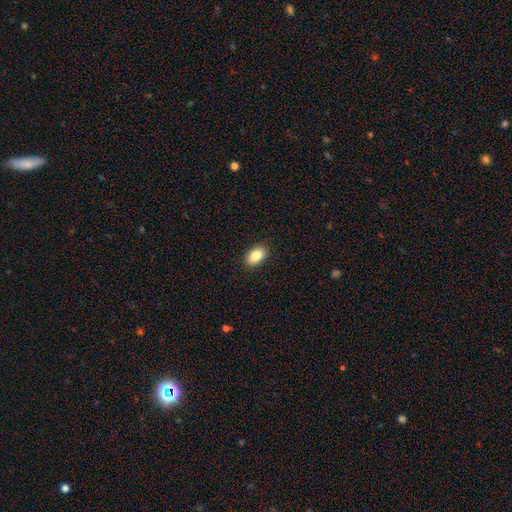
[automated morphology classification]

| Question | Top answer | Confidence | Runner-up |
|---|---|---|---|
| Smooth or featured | smooth | 86% | star or artifact (8%) |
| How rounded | in between | 92% | round (7%) |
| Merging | none | 90% | minor disturbance (8%) |